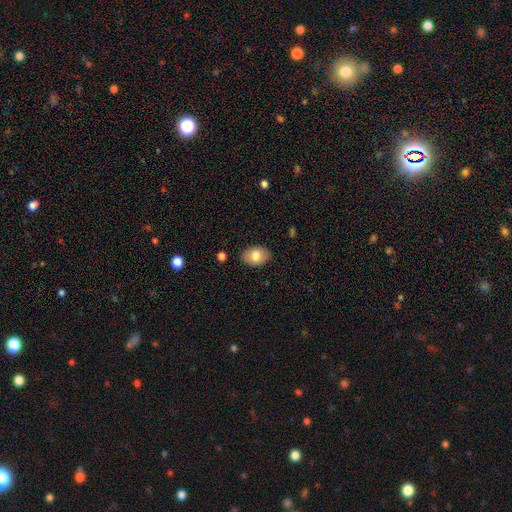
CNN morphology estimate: This appears to be a smooth galaxy with no disk features (78%) that is in between round and cigar-shaped (86%). Merging: none (87%).